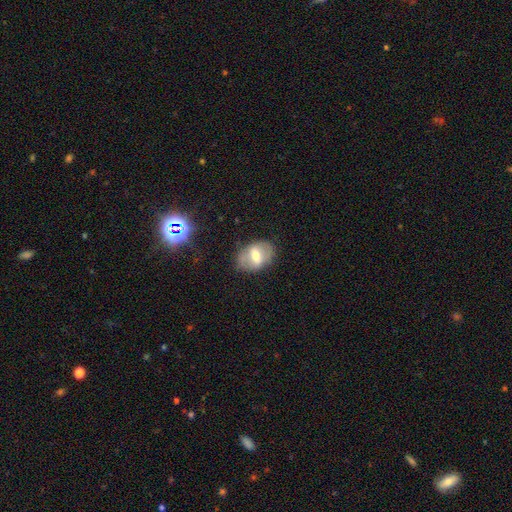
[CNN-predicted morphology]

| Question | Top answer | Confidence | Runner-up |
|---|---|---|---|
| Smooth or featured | featured or disk | 50% | smooth (41%) |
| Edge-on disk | no | 88% | yes (12%) |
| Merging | none | 76% | minor disturbance (16%) |